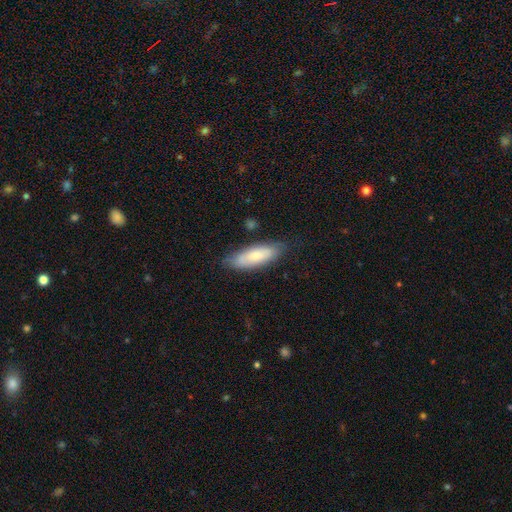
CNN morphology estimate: Smooth or featured? smooth (71%)
How rounded? in between (61%)
Merging? none (77%)